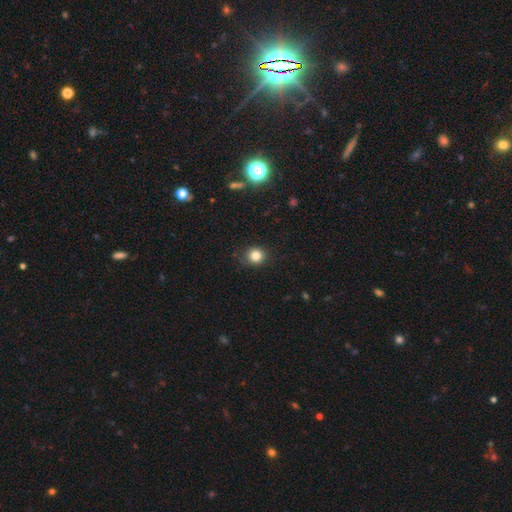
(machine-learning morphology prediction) A smooth galaxy with no disk features (82%) that is round (88%). Merging: none (86%).